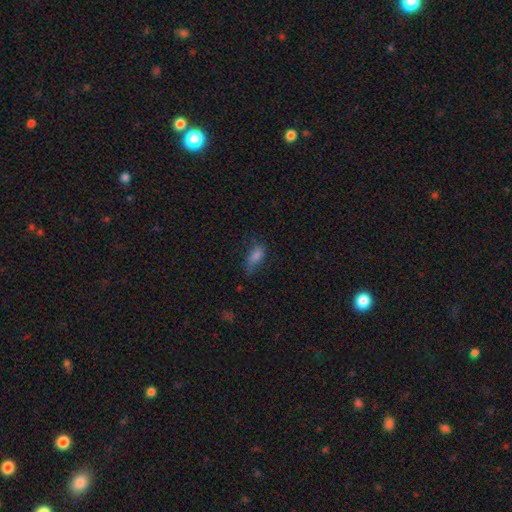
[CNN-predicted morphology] Smooth or featured?
  - smooth: 71% *
  - featured or disk: 16%
  - star or artifact: 12%
How rounded?
  - in between: 77% *
  - cigar-shaped: 18%
  - round: 4%
Merging?
  - none: 49% *
  - minor disturbance: 32%
  - major disturbance: 17%
  - merger: 3%